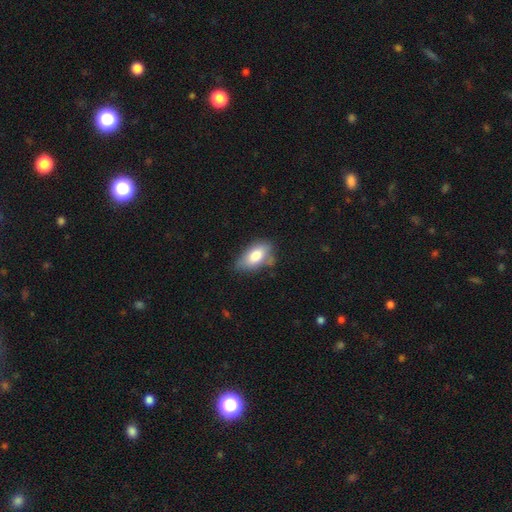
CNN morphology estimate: This appears to be a smooth galaxy with no disk features (78%) that is in between round and cigar-shaped (90%). Merging: none (59%).